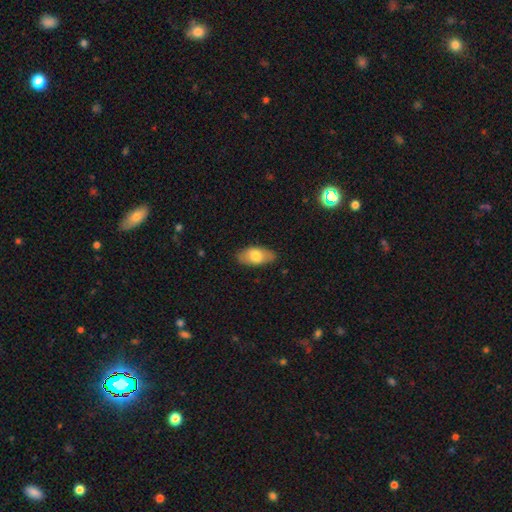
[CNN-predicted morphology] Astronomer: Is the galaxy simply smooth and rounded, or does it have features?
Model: smooth — 72%.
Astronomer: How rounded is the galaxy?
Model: in between — 92%.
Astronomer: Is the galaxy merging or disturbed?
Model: none — 81%.